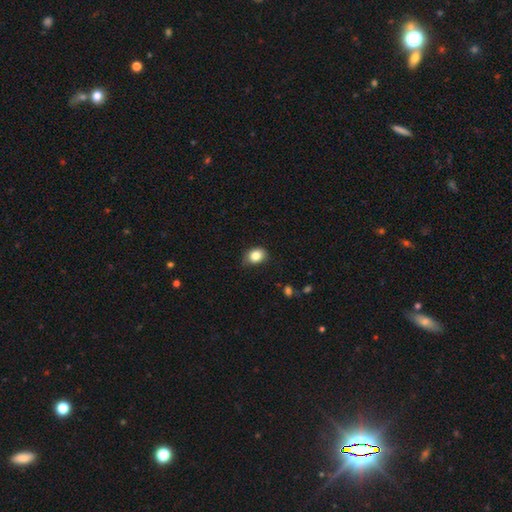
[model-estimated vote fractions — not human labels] Smooth or featured?
  - smooth: 84% *
  - star or artifact: 9%
  - featured or disk: 7%
How rounded?
  - in between: 57% *
  - round: 42%
  - cigar-shaped: 1%
Merging?
  - none: 74% *
  - minor disturbance: 21%
  - major disturbance: 4%
  - merger: 1%